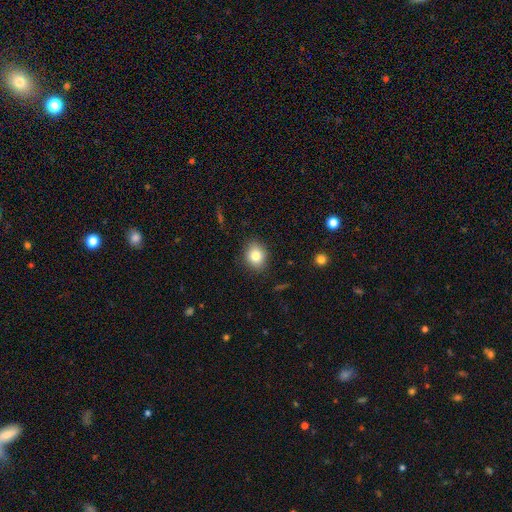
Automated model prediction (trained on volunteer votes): smooth-or-featured: smooth: 82% | star or artifact: 10% | featured or disk: 8%
  how-rounded: round: 62% | in between: 37% | cigar-shaped: 1%
  merging: none: 86% | minor disturbance: 10% | major disturbance: 3% | merger: 1%